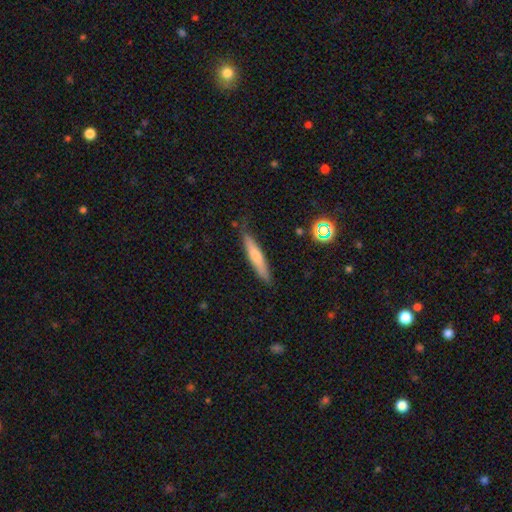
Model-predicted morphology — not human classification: Smooth or featured? Predicted: smooth (p=0.62). How rounded? Predicted: cigar-shaped (p=0.88). Merging? Predicted: none (p=0.77).